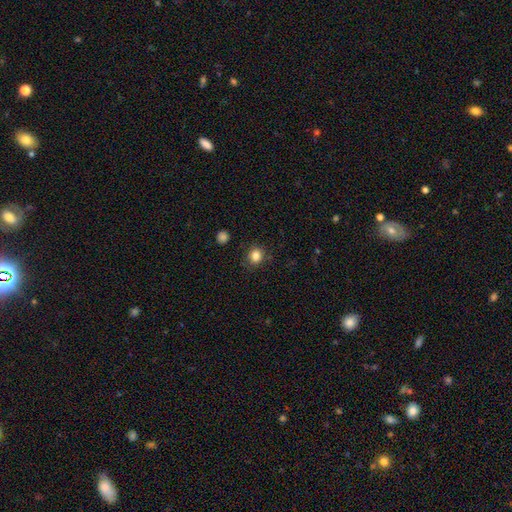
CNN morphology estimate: Smooth or featured: smooth — 85% (star or artifact — 11%)
How rounded: round — 78% (in between — 21%)
Merging: none — 86% (minor disturbance — 10%)